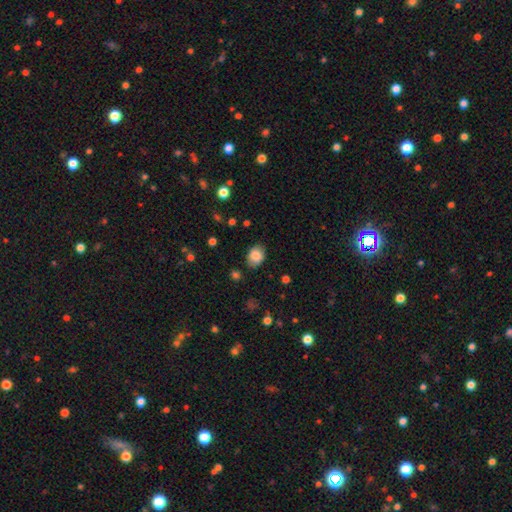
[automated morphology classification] type=smooth (85%); roundness=in between (69%); merging=none (82%).